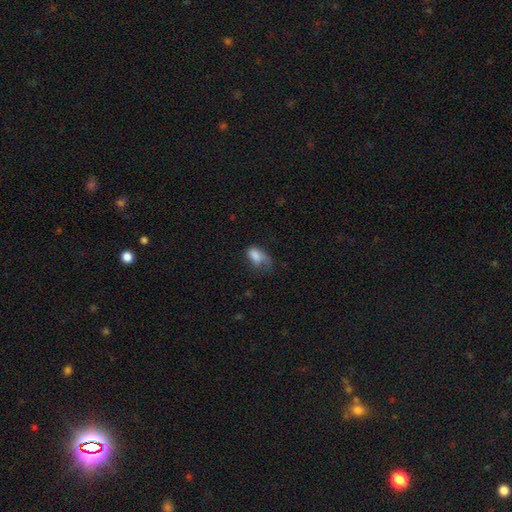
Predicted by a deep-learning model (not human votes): A smooth galaxy with no disk features (78%) that is in between round and cigar-shaped (89%).

Vote fractions:
- Smooth or featured? smooth: 78% / featured or disk: 13% / star or artifact: 9%
- How rounded? in between: 89% / round: 8% / cigar-shaped: 3%
- Merging? major disturbance: 36% / minor disturbance: 34% / none: 26% / merger: 3%